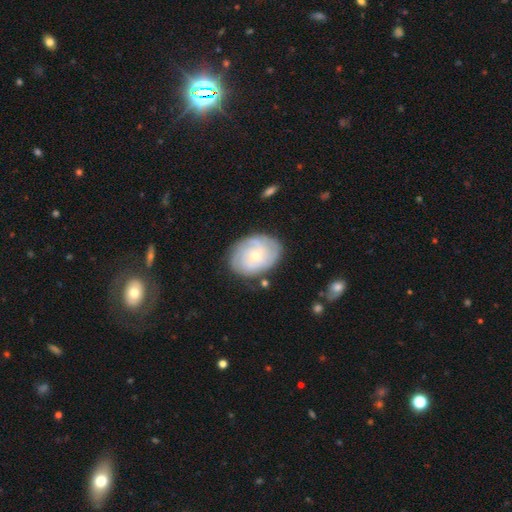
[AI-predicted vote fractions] Q: Smooth or featured?
A: featured or disk (69%); runner-up: smooth (25%)
Q: Edge-on disk?
A: no (97%); runner-up: yes (3%)
Q: Bar?
A: no (76%); runner-up: weak (21%)
Q: Spiral arms?
A: yes (88%); runner-up: no (12%)
Q: Spiral winding?
A: tight (66%); runner-up: medium (26%)
Q: Spiral arm count?
A: can't tell (42%); runner-up: 3 (20%)
Q: Bulge size?
A: small (53%); runner-up: moderate (43%)
Q: Merging?
A: none (76%); runner-up: minor disturbance (17%)